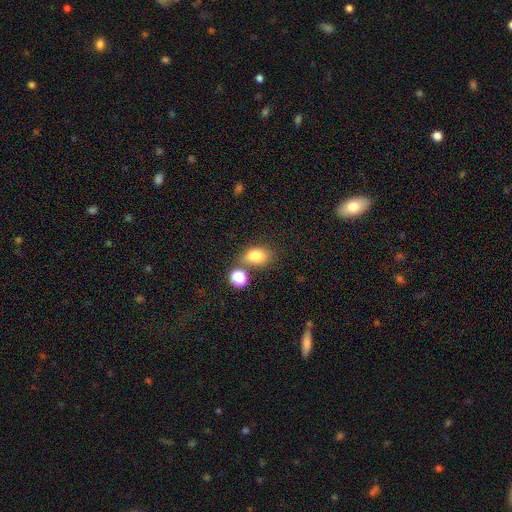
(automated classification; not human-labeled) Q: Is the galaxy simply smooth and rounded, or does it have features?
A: smooth — 81%.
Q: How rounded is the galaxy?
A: in between — 76%.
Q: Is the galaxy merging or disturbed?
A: none — 58%.